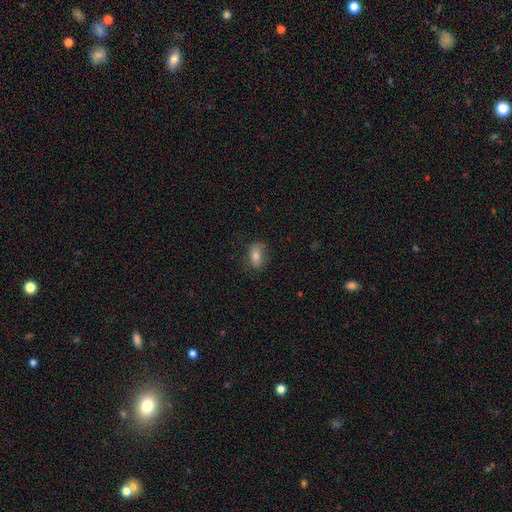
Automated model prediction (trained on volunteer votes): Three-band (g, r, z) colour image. It shows a smooth galaxy with no disk features (73%) that is in between round and cigar-shaped (82%). Merging: none (71%).